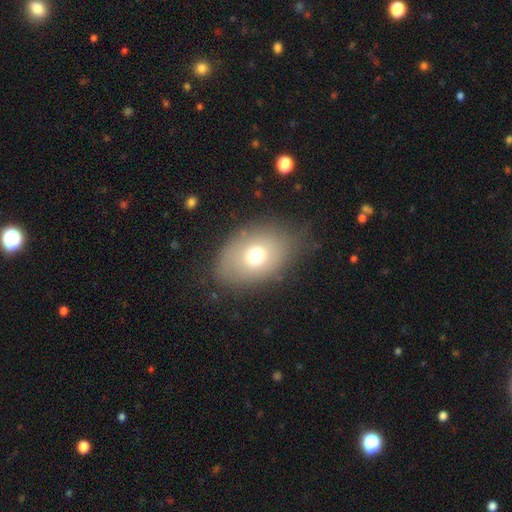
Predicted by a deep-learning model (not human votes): smooth-or-featured: smooth: 69% | featured or disk: 20% | star or artifact: 11%
  how-rounded: in between: 76% | round: 23% | cigar-shaped: 1%
  merging: none: 69% | minor disturbance: 20% | major disturbance: 9% | merger: 2%